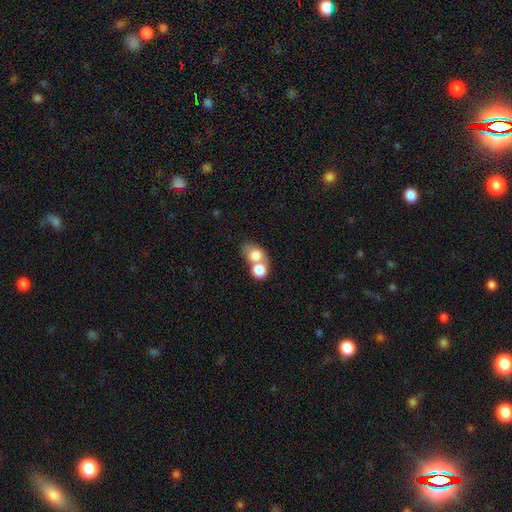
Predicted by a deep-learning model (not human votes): This appears to be a smooth galaxy with no disk features (77%) that is in between round and cigar-shaped (54%). Merging: merger (68%).